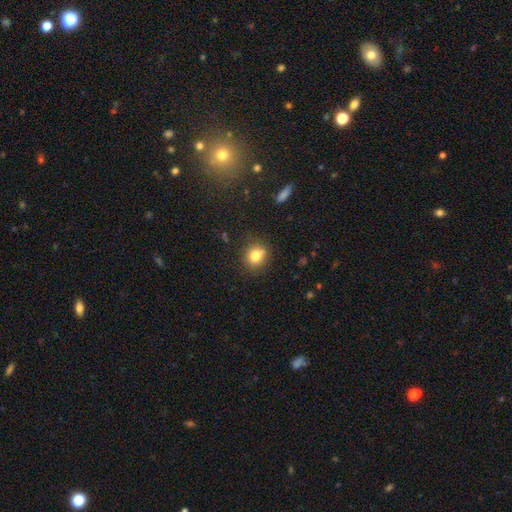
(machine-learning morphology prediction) A smooth galaxy with no disk features (80%) that is round (74%).

Vote fractions:
- Smooth or featured? smooth: 80% / star or artifact: 12% / featured or disk: 8%
- How rounded? round: 74% / in between: 24% / cigar-shaped: 1%
- Merging? none: 80% / minor disturbance: 13% / merger: 4% / major disturbance: 3%